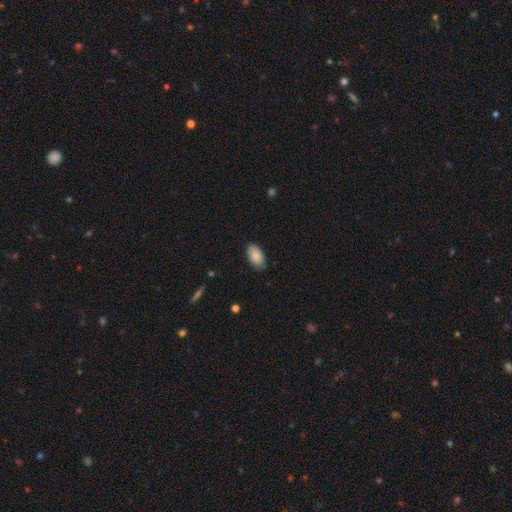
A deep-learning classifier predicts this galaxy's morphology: smooth 87%, featured or disk 7%, star or artifact 6%. Down the decision tree: how rounded — in between (95%); merging — none (84%).